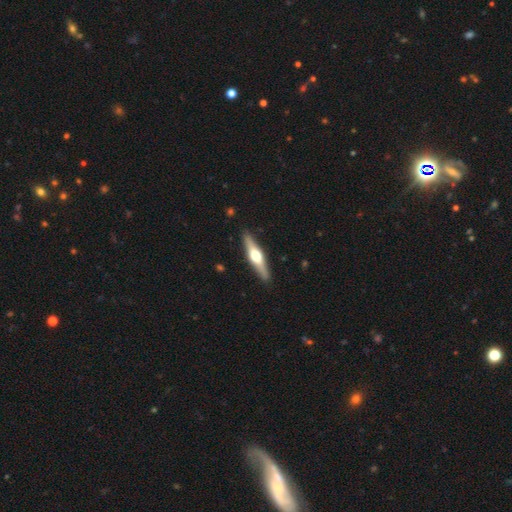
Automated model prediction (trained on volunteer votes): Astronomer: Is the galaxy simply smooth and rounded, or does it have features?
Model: featured or disk — 67%.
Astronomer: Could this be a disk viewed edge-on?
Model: yes — 96%.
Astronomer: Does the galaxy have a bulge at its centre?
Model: rounded — 94%.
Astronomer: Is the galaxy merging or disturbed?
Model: none — 90%.